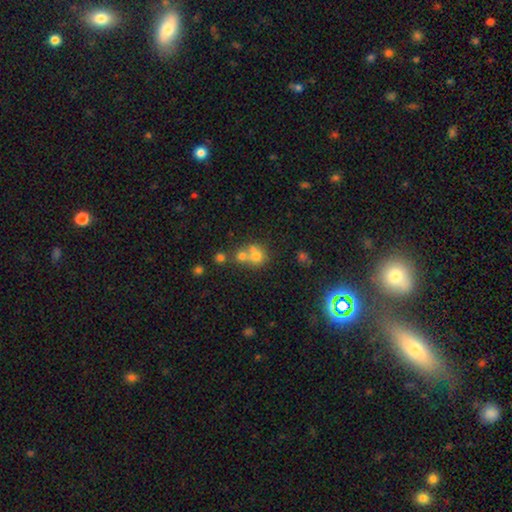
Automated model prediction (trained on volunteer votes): smooth-or-featured: smooth: 65% | featured or disk: 18% | star or artifact: 16%
  how-rounded: round: 80% | in between: 19% | cigar-shaped: 1%
  merging: merger: 53% | none: 36% | minor disturbance: 7% | major disturbance: 4%